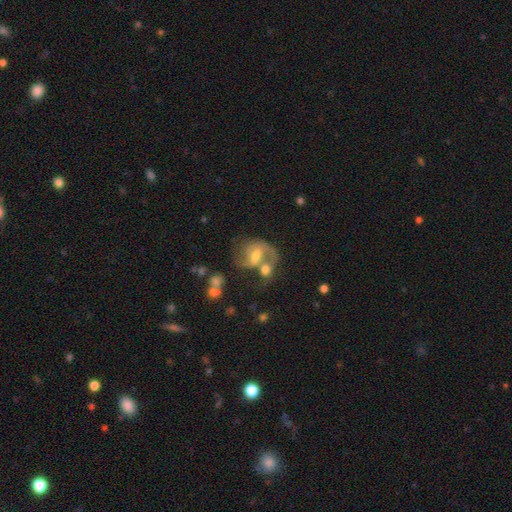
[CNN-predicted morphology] A featured or disk galaxy (73%) with a weak bar (47%), 2 (81%) medium (48%) spiral arms (86%) and a moderate central bulge (58%). Merging: none (38%).